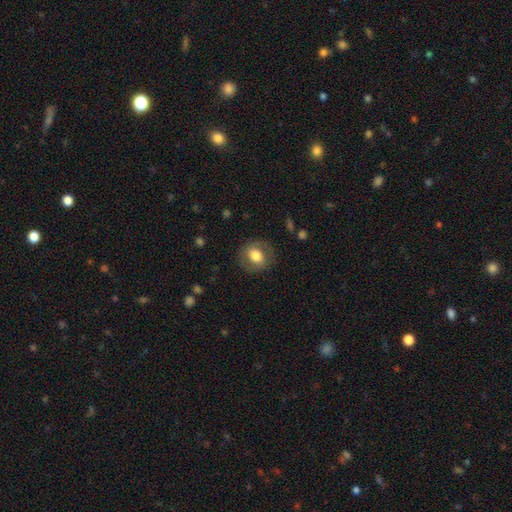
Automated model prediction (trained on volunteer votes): Morphology: type=smooth (62%); roundness=round (67%); merging=none (81%).